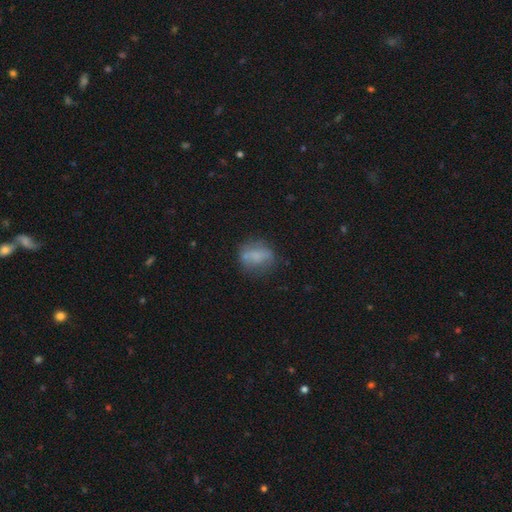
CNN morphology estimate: Smooth or featured?
  - smooth: 64% *
  - featured or disk: 26%
  - star or artifact: 10%
How rounded?
  - in between: 54% *
  - round: 41%
  - cigar-shaped: 5%
Merging?
  - none: 60% *
  - minor disturbance: 24%
  - major disturbance: 10%
  - merger: 6%